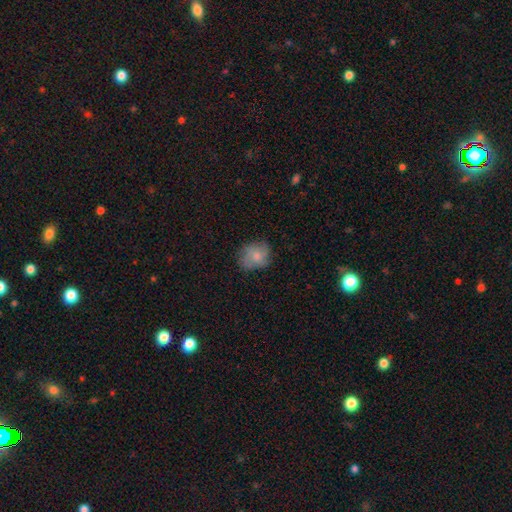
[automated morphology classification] Q: Smooth or featured?
A: smooth (67%); runner-up: featured or disk (24%)
Q: How rounded?
A: round (56%); runner-up: in between (43%)
Q: Merging?
A: none (68%); runner-up: minor disturbance (23%)